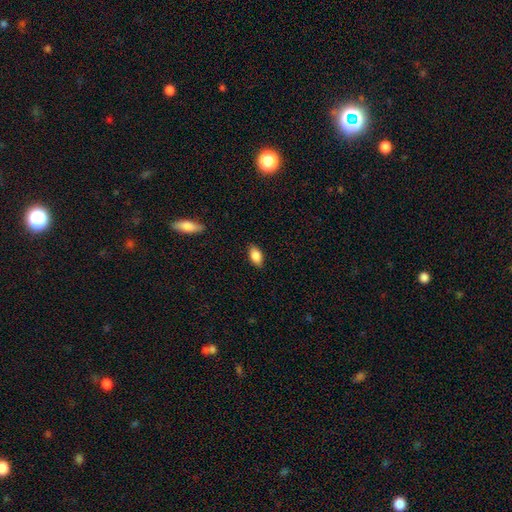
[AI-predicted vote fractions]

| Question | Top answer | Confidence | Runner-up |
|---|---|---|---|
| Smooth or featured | smooth | 85% | featured or disk (8%) |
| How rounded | in between | 91% | round (5%) |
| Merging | none | 88% | minor disturbance (9%) |